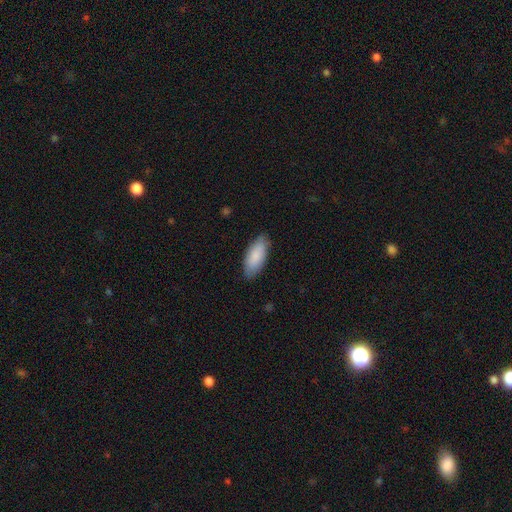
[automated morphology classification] This is clearly a smooth galaxy (86%). How rounded: clearly in between (84%). Merging: clearly none (84%).